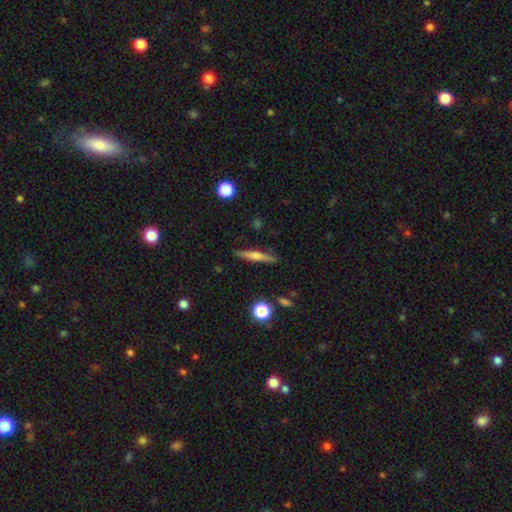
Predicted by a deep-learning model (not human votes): smooth_or_featured: featured or disk (p=0.48) [alt: smooth p=0.44]
merging: none (p=0.88) [alt: minor disturbance p=0.09]